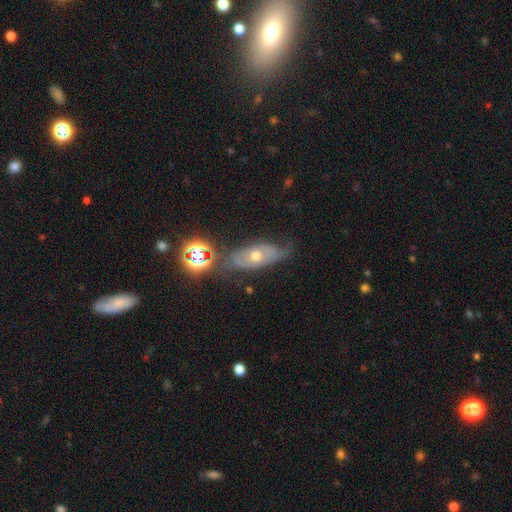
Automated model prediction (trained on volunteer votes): featured or disk 53%, smooth 29%, star or artifact 18%. Down the decision tree: edge-on disk — no (76%); merging — none (60%).